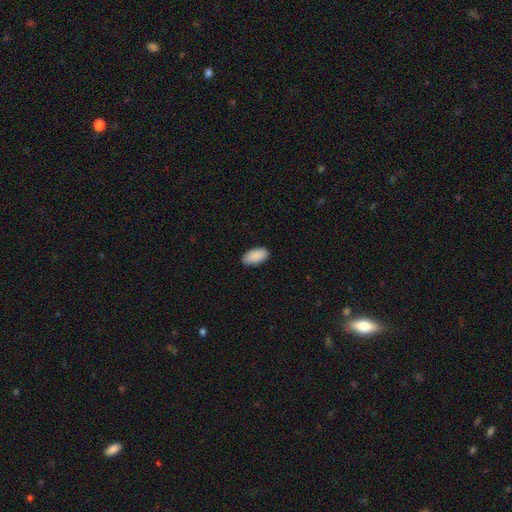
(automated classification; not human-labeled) A smooth galaxy with no disk features (91%) that is in between round and cigar-shaped (95%).

Vote fractions:
- Smooth or featured? smooth: 91% / star or artifact: 6% / featured or disk: 3%
- How rounded? in between: 95% / cigar-shaped: 3% / round: 2%
- Merging? none: 87% / minor disturbance: 10% / major disturbance: 2% / merger: 1%